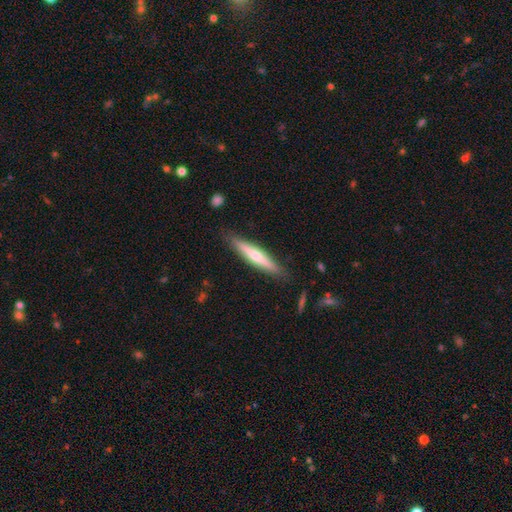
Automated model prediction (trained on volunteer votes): Smooth or featured: smooth — 48% (featured or disk — 47%)
Merging: none — 87% (minor disturbance — 10%)